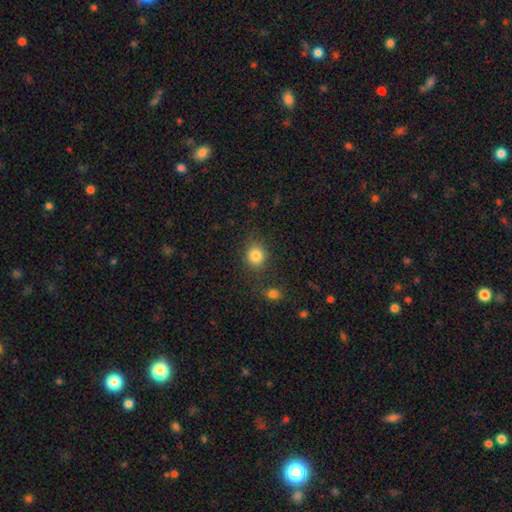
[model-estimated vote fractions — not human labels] Smooth or featured? Predicted: smooth (p=0.84). How rounded? Predicted: round (p=0.81). Merging? Predicted: none (p=0.78).